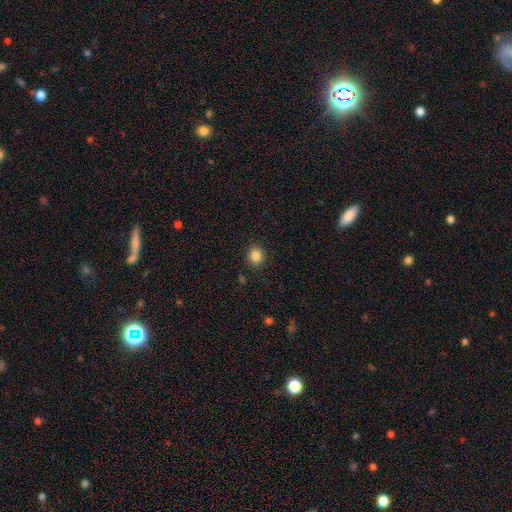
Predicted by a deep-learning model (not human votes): smooth-or-featured: smooth: 85% | star or artifact: 11% | featured or disk: 4%
  how-rounded: round: 77% | in between: 22% | cigar-shaped: 1%
  merging: none: 90% | minor disturbance: 7% | major disturbance: 2% | merger: 1%